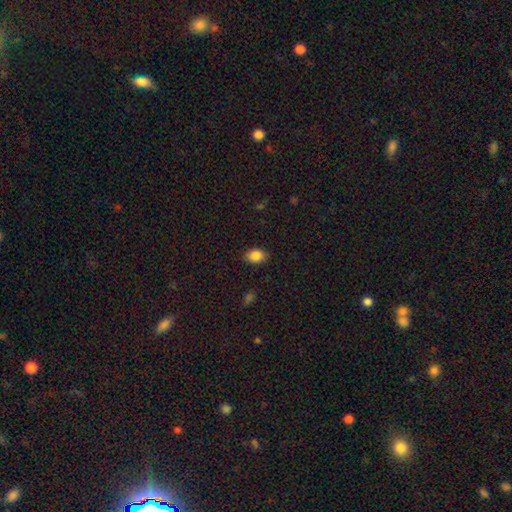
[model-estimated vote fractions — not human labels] smooth 86%, star or artifact 9%, featured or disk 5%. Down the decision tree: how rounded — in between (80%); merging — none (87%).